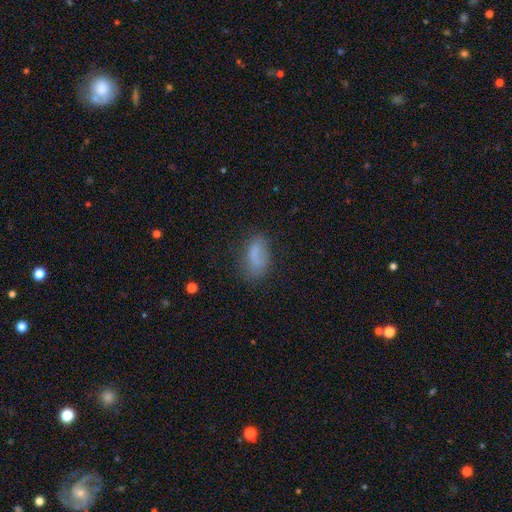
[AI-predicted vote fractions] Smooth or featured?
  - smooth: 74% *
  - featured or disk: 15%
  - star or artifact: 11%
How rounded?
  - in between: 88% *
  - cigar-shaped: 6%
  - round: 6%
Merging?
  - none: 60% *
  - minor disturbance: 25%
  - major disturbance: 12%
  - merger: 3%